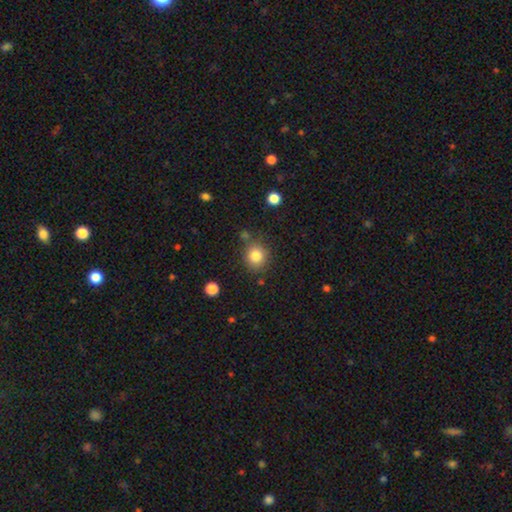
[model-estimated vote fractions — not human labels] Overall: smooth (82%). How rounded: round (84%). Merging: none (76%).